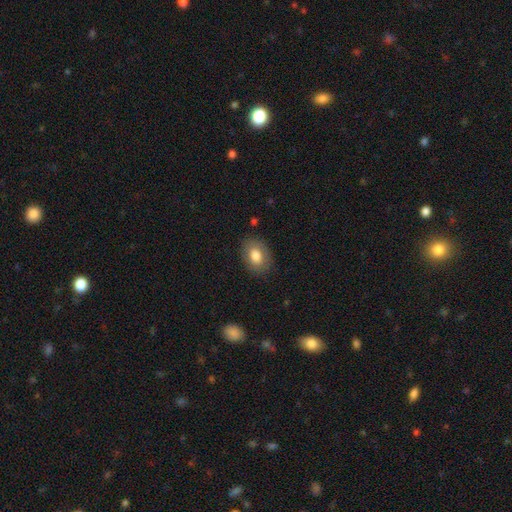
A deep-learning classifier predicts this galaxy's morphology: type=smooth (78%); roundness=in between (75%); merging=none (85%).